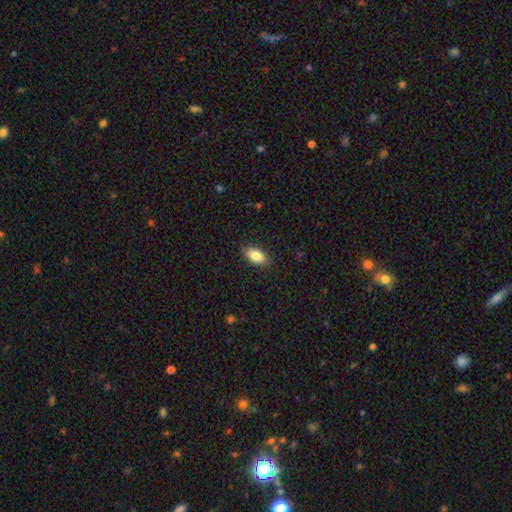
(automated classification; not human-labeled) A smooth galaxy with no disk features (85%) that is in between round and cigar-shaped (92%).

Vote fractions:
- Smooth or featured? smooth: 85% / featured or disk: 8% / star or artifact: 7%
- How rounded? in between: 92% / round: 5% / cigar-shaped: 3%
- Merging? none: 89% / minor disturbance: 8% / major disturbance: 2% / merger: 1%